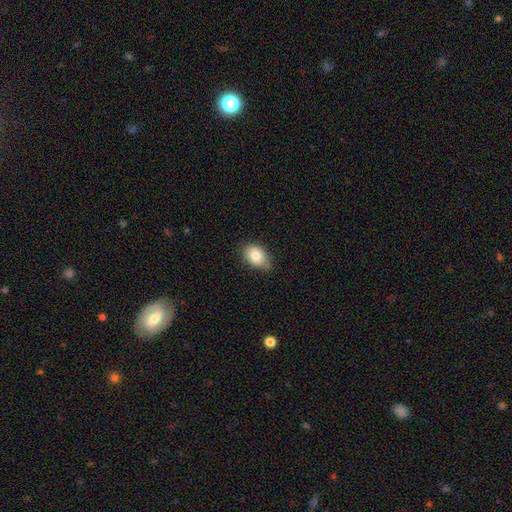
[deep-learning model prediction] Smooth or featured?
  - smooth: 81% *
  - featured or disk: 11%
  - star or artifact: 8%
How rounded?
  - in between: 77% *
  - round: 21%
  - cigar-shaped: 1%
Merging?
  - none: 62% *
  - minor disturbance: 32%
  - major disturbance: 5%
  - merger: 2%